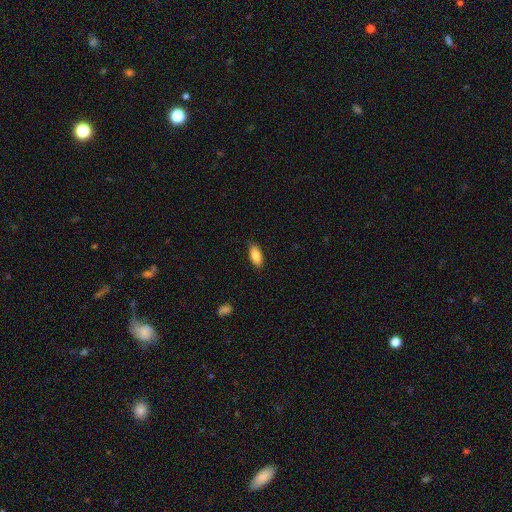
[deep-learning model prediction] smooth_or_featured: smooth (p=0.86) [alt: featured or disk p=0.07]
how_rounded: in between (p=0.85) [alt: cigar-shaped p=0.12]
merging: none (p=0.84) [alt: minor disturbance p=0.13]